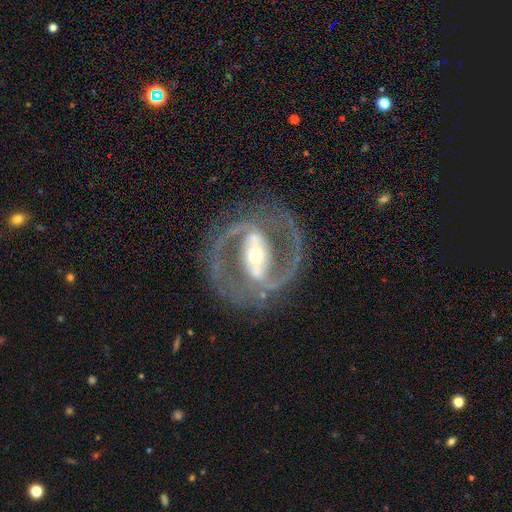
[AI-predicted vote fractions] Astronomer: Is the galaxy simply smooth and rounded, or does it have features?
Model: featured or disk — 91%.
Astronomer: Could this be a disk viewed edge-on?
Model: no — 97%.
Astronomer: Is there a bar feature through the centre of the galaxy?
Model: strong — 66%.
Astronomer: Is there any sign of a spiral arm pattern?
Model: yes — 96%.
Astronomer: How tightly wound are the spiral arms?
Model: medium — 62%.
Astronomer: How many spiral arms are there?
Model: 2 — 93%.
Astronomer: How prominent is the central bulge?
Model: moderate — 52% (runner-up: small, 39%).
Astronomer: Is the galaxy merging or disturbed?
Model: none — 81%.